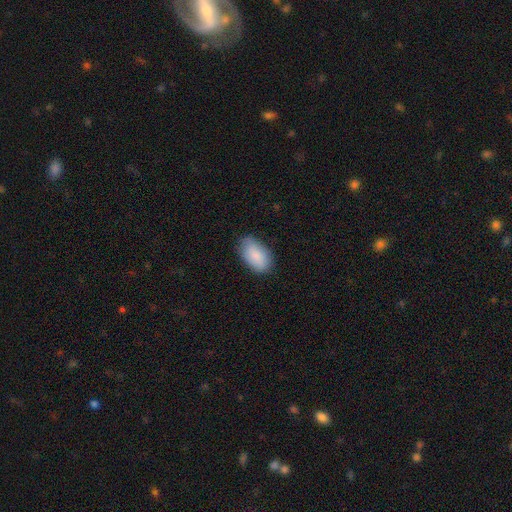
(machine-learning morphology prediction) This is clearly a smooth galaxy (87%). How rounded: clearly in between (94%). Merging: likely none (78%).